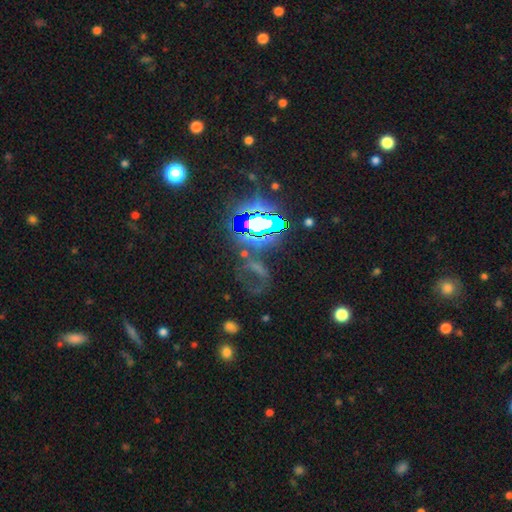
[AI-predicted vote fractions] Smooth or featured? star or artifact (70%)